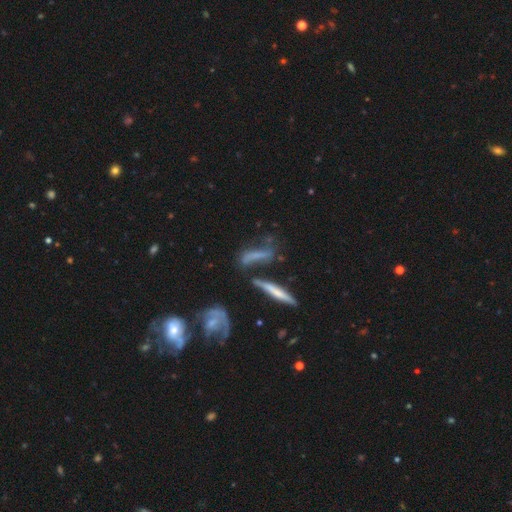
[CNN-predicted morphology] type=featured or disk (49%); merging=none (47%).